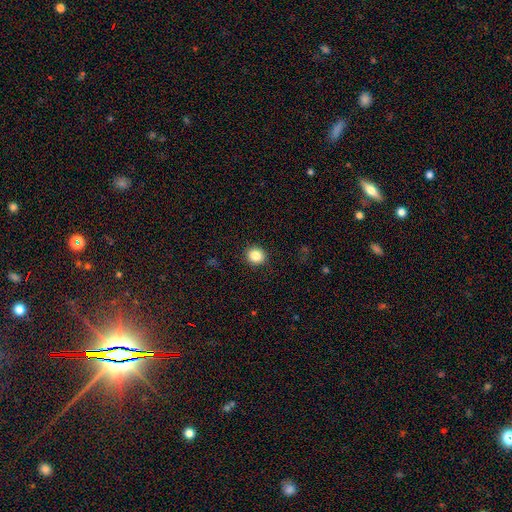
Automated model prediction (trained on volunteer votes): A smooth galaxy with no disk features (85%) that is round (89%). Merging: none (92%).